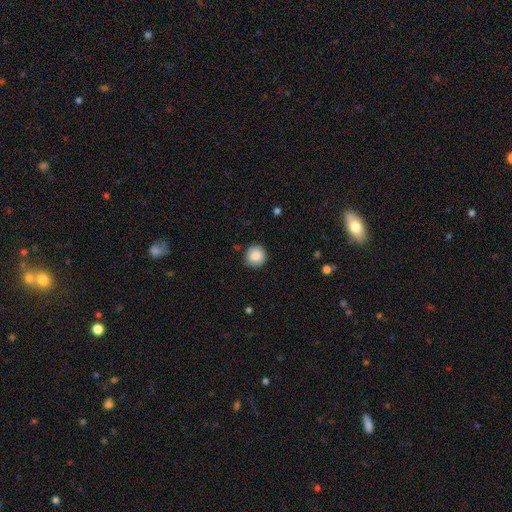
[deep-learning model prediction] Smooth or featured?
  - smooth: 85% *
  - star or artifact: 8%
  - featured or disk: 7%
How rounded?
  - round: 92% *
  - in between: 7%
  - cigar-shaped: 1%
Merging?
  - none: 83% *
  - minor disturbance: 13%
  - major disturbance: 3%
  - merger: 1%